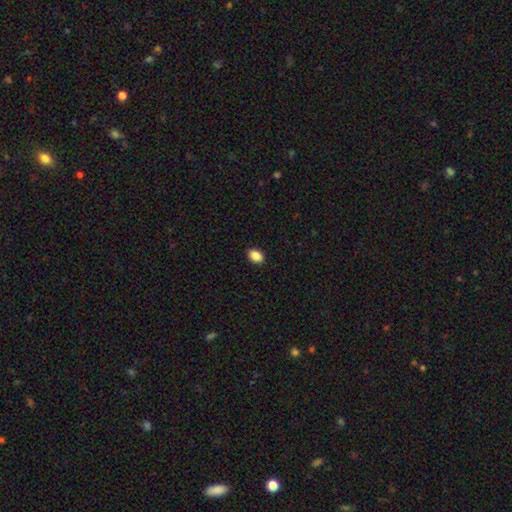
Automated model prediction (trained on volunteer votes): Smooth or featured?
  - smooth: 89% *
  - star or artifact: 8%
  - featured or disk: 3%
How rounded?
  - in between: 81% *
  - round: 18%
  - cigar-shaped: 1%
Merging?
  - none: 90% *
  - minor disturbance: 7%
  - major disturbance: 2%
  - merger: 1%